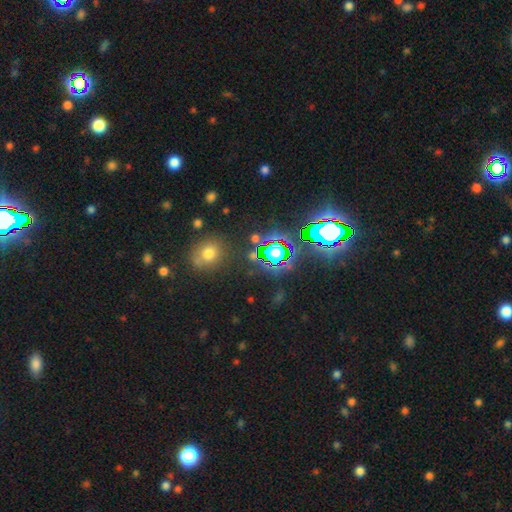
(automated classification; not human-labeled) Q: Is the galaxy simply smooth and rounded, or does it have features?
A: star or artifact — 63%.